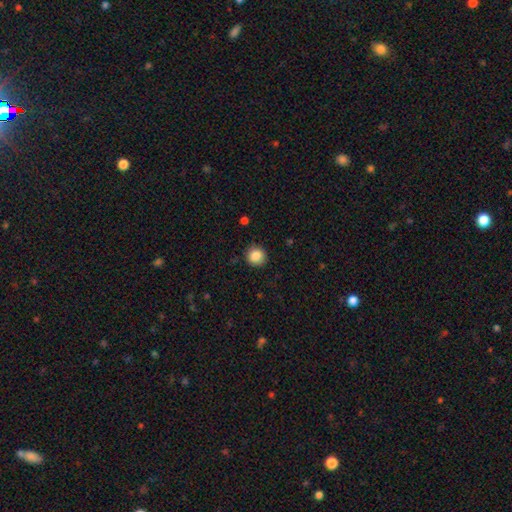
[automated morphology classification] Smooth or featured: smooth — 86% (star or artifact — 9%)
How rounded: round — 91% (in between — 8%)
Merging: none — 89% (minor disturbance — 8%)